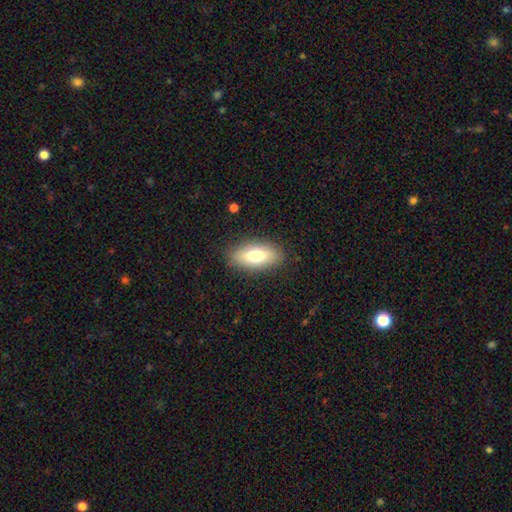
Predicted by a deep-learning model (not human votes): smooth_or_featured: smooth (p=0.74) [alt: featured or disk p=0.19]
how_rounded: in between (p=0.85) [alt: cigar-shaped p=0.12]
merging: none (p=0.86) [alt: minor disturbance p=0.10]